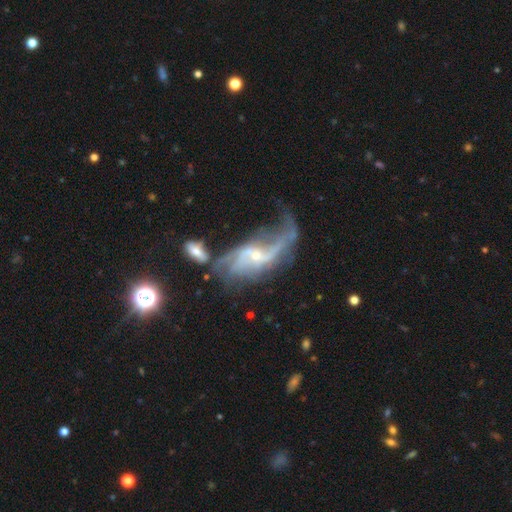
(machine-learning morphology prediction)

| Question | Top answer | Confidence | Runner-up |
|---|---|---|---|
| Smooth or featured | featured or disk | 83% | smooth (9%) |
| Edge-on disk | no | 92% | yes (8%) |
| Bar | no | 49% | weak (37%) |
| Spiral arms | yes | 88% | no (12%) |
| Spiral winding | loose | 78% | medium (17%) |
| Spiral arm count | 2 | 66% | can't tell (13%) |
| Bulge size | small | 69% | moderate (25%) |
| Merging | major disturbance | 33% | none (27%) |